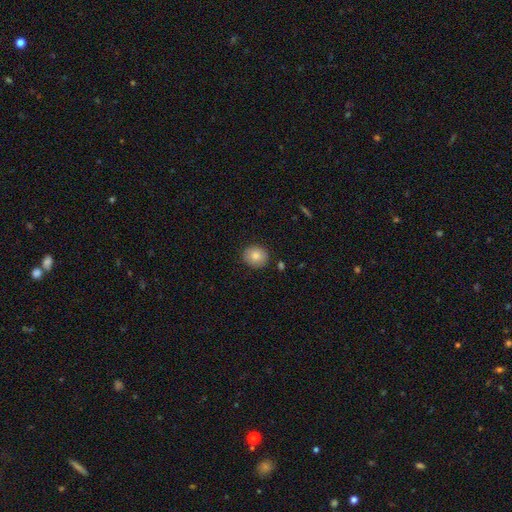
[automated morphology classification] smooth 83%, featured or disk 9%, star or artifact 8%. Down the decision tree: how rounded — round (73%); merging — none (87%).